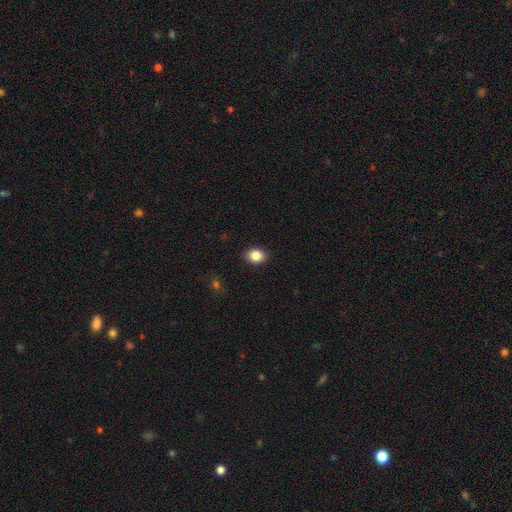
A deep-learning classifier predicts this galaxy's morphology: Q: Smooth or featured?
A: smooth (86%); runner-up: star or artifact (9%)
Q: How rounded?
A: round (54%); runner-up: in between (45%)
Q: Merging?
A: none (91%); runner-up: minor disturbance (7%)